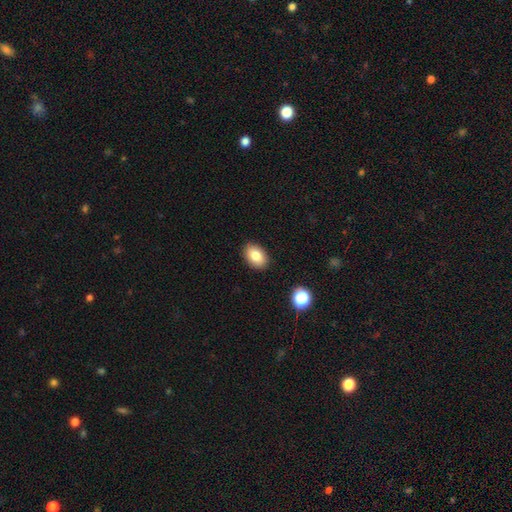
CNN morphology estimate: Overall: smooth (83%). How rounded: in between (83%). Merging: none (89%).